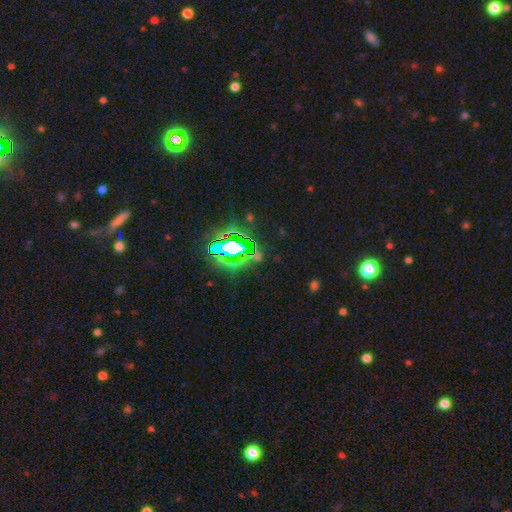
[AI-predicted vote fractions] Overall: star or artifact (76%).